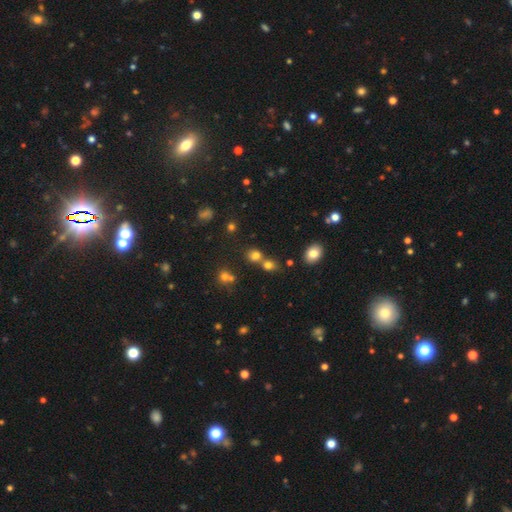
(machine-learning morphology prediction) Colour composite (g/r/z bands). It shows a smooth galaxy with no disk features (72%) that is round (73%). Merging: none (53%).